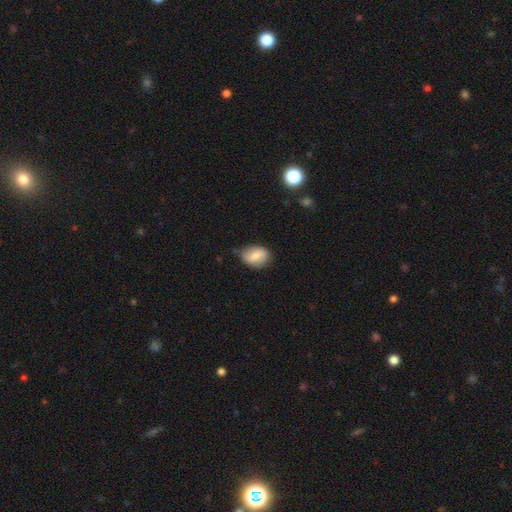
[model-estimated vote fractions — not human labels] Overall: smooth (74%). How rounded: in between (77%). Merging: none (72%).